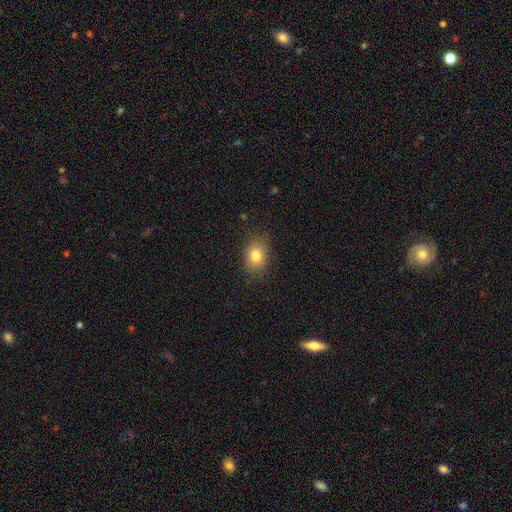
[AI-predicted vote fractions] A smooth galaxy with no disk features (79%) that is in between round and cigar-shaped (64%). Merging: none (82%).